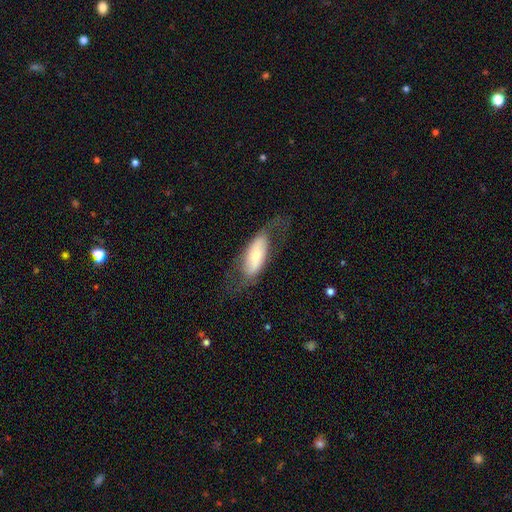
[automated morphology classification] This is possibly a featured or disk galaxy (51%). It is likely not viewed edge-on (80%). Merging: possibly none (53%).